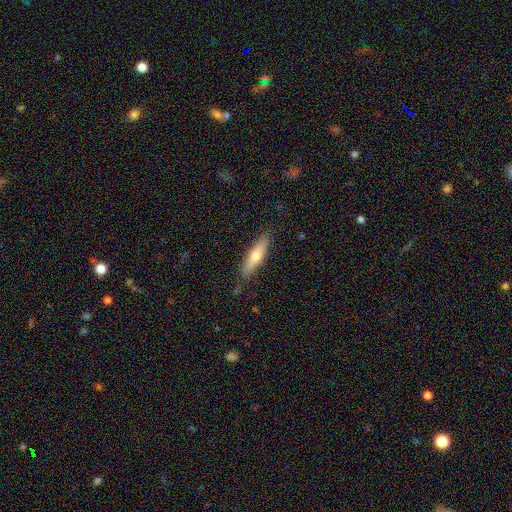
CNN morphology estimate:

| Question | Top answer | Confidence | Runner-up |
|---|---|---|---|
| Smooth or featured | smooth | 63% | featured or disk (31%) |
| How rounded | cigar-shaped | 68% | in between (30%) |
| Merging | none | 84% | minor disturbance (12%) |